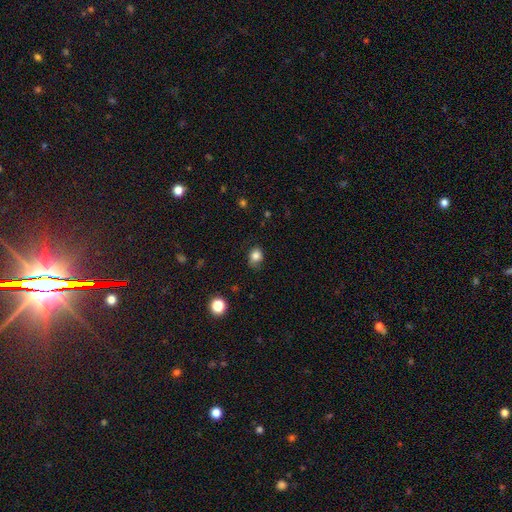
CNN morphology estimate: smooth 83%, star or artifact 11%, featured or disk 6%. Down the decision tree: how rounded — round (56%); merging — none (71%).